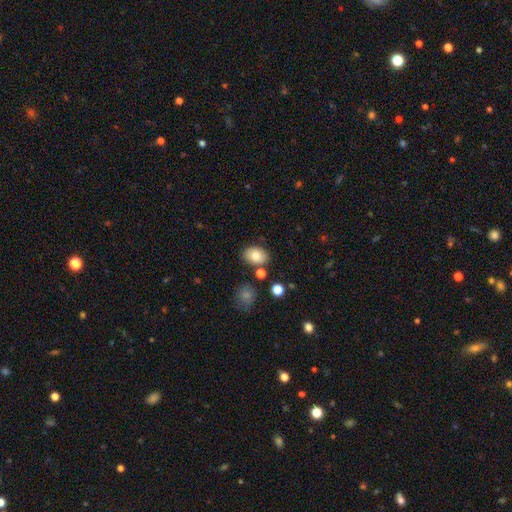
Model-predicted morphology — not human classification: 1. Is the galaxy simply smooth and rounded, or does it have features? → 82% smooth, 9% featured or disk, 9% star or artifact.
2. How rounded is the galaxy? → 77% in between, 22% round, 1% cigar-shaped.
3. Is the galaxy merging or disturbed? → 79% none, 12% minor disturbance, 6% merger, 3% major disturbance.